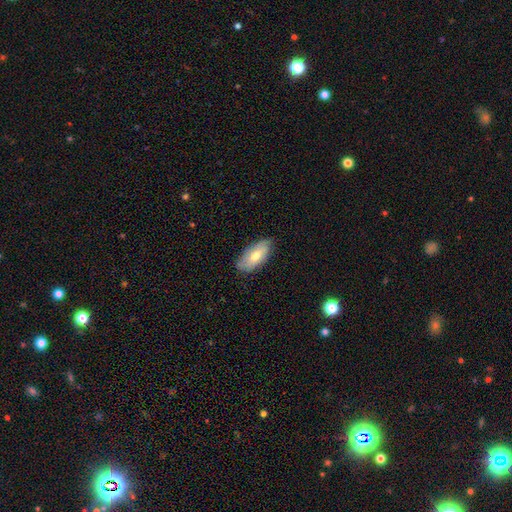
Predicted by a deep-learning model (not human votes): Overall: smooth (64%; featured or disk 30%). How rounded: in between (88%). Merging: none (80%).